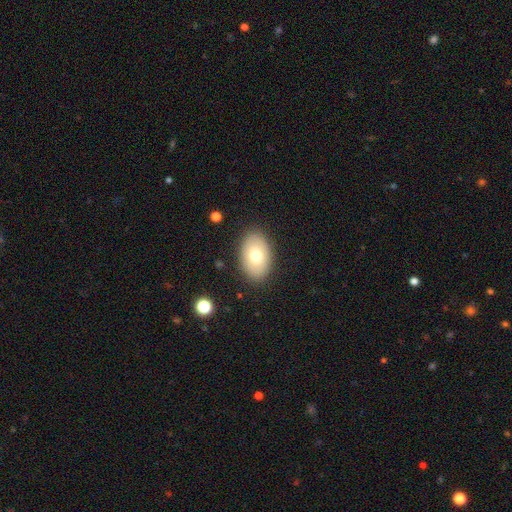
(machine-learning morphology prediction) Q: Smooth or featured?
A: smooth (74%); runner-up: featured or disk (19%)
Q: How rounded?
A: in between (88%); runner-up: round (11%)
Q: Merging?
A: none (86%); runner-up: minor disturbance (10%)